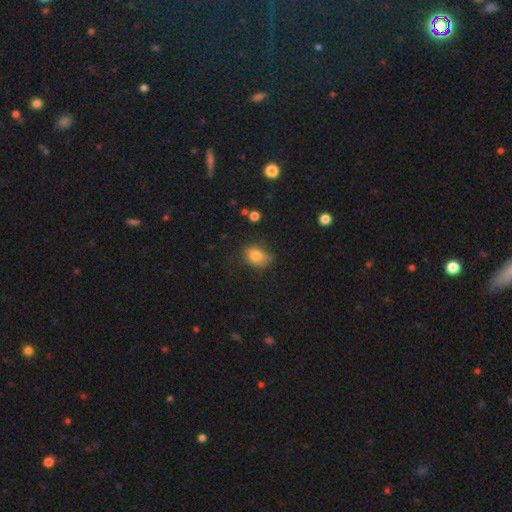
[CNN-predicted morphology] Overall: smooth (79%). How rounded: in between (72%). Merging: none (53%; minor disturbance 33%).